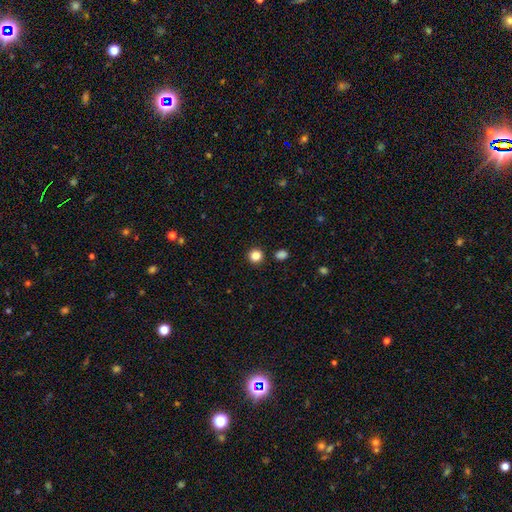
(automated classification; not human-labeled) This is clearly a smooth galaxy (85%). How rounded: clearly round (94%). Merging: clearly none (91%).